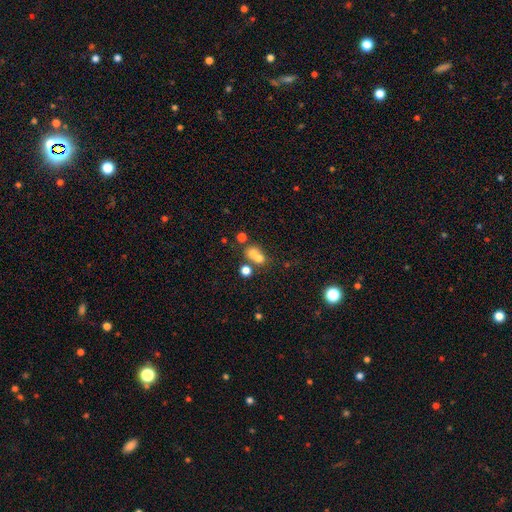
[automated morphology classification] The model was most divided on "merging": merger: 55%, none: 35%, minor disturbance: 6%, major disturbance: 4%. More confident: how rounded — round (71%); smooth or featured — smooth (67%).